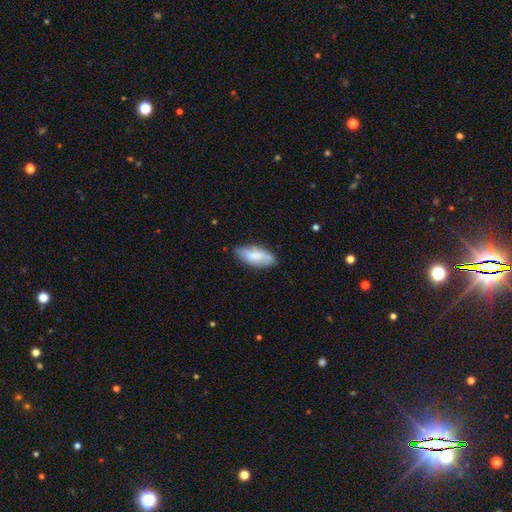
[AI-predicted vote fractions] This is likely a smooth galaxy (73%). How rounded: clearly in between (84%). Merging: likely none (70%).